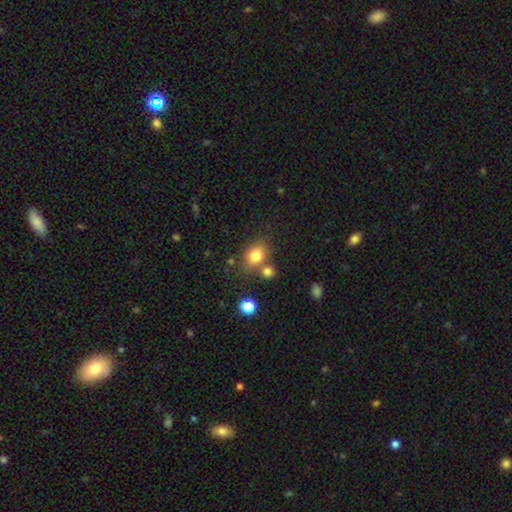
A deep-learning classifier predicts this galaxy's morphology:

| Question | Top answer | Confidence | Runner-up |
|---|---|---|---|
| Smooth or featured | smooth | 79% | star or artifact (12%) |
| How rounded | in between | 60% | round (38%) |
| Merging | none | 64% | merger (19%) |